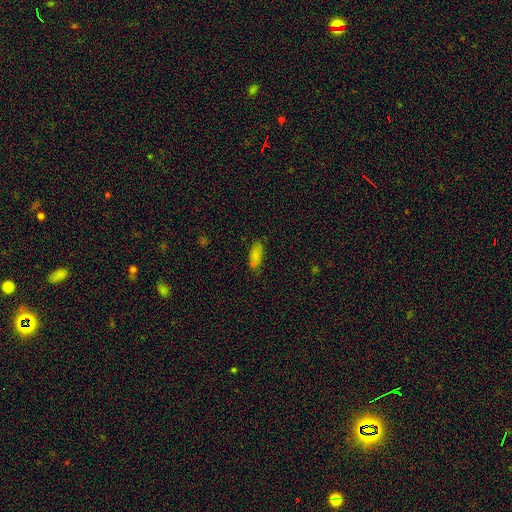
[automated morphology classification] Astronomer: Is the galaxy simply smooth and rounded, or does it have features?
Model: smooth — 82%.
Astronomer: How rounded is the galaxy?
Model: in between — 76%.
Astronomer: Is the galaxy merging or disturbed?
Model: none — 75%.